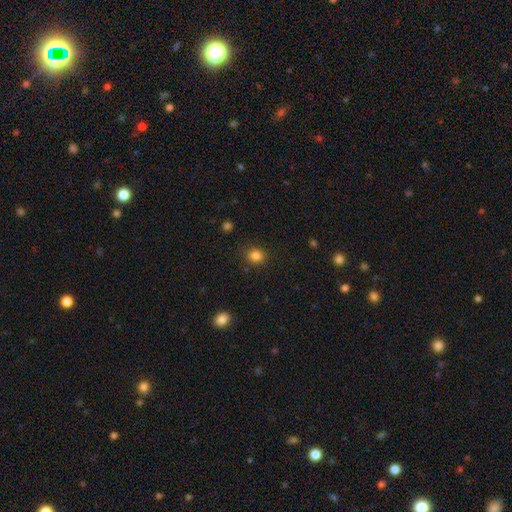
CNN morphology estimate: A smooth galaxy with no disk features (84%) that is round (82%). Merging: none (87%).